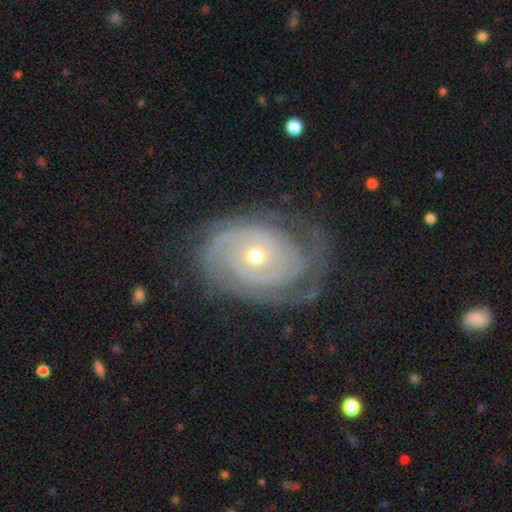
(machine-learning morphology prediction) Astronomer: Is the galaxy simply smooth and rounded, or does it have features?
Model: featured or disk — 87%.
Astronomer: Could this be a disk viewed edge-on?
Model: no — 96%.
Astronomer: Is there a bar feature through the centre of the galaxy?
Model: no — 82%.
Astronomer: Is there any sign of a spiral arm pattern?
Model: yes — 94%.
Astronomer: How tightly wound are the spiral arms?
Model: tight — 79%.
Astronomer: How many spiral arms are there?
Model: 2 — 32% (runner-up: can't tell, 30%).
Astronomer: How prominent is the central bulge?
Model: small — 51% (runner-up: moderate, 46%).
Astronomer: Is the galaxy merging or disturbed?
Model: none — 68%.